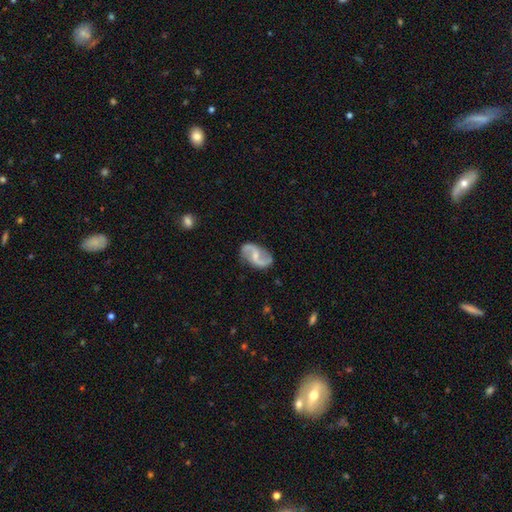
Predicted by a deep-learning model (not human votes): Smooth or featured? featured or disk (87%)
Edge-on disk? no (98%)
Bar? weak (49%)
Spiral arms? yes (96%)
Spiral winding? loose (58%)
Spiral arm count? 2 (94%)
Bulge size? small (53%)
Merging? none (82%)